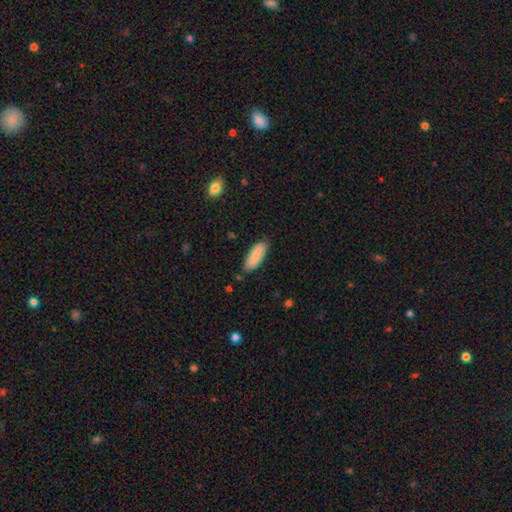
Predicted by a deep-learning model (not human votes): Smooth or featured?
  - smooth: 81% *
  - featured or disk: 13%
  - star or artifact: 6%
How rounded?
  - in between: 72% *
  - cigar-shaped: 27%
  - round: 2%
Merging?
  - none: 83% *
  - minor disturbance: 13%
  - major disturbance: 2%
  - merger: 2%